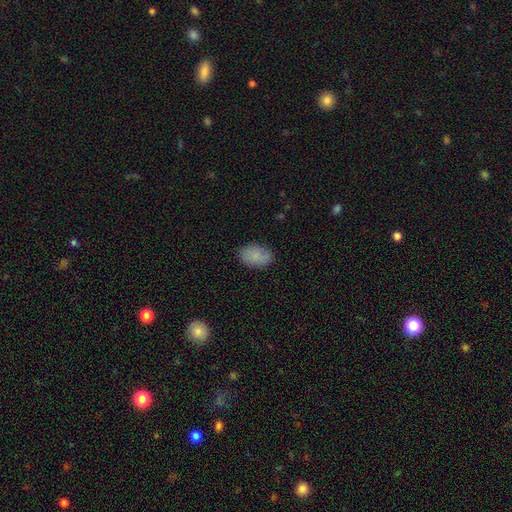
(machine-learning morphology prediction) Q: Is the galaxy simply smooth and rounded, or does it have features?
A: smooth — 85%.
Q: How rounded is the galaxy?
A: in between — 90%.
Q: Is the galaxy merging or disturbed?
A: none — 84%.